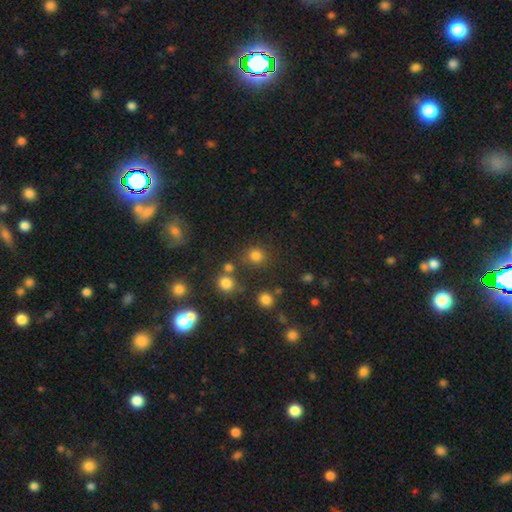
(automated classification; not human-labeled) A smooth galaxy with no disk features (79%) that is round (87%).

Vote fractions:
- Smooth or featured? smooth: 79% / star or artifact: 16% / featured or disk: 5%
- How rounded? round: 87% / in between: 12% / cigar-shaped: 1%
- Merging? none: 76% / merger: 10% / minor disturbance: 10% / major disturbance: 4%